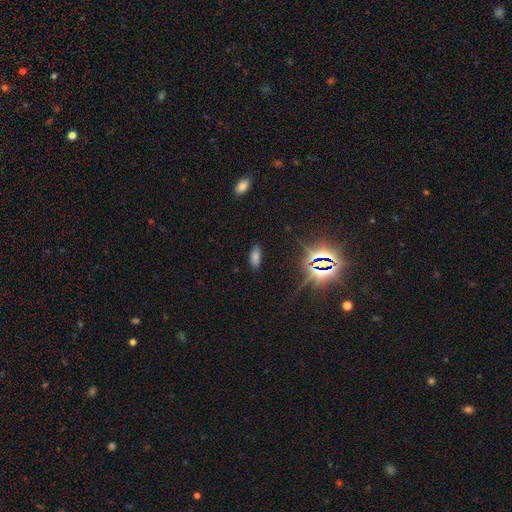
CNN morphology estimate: Overall: smooth (66%). How rounded: in between (84%). Merging: none (86%).